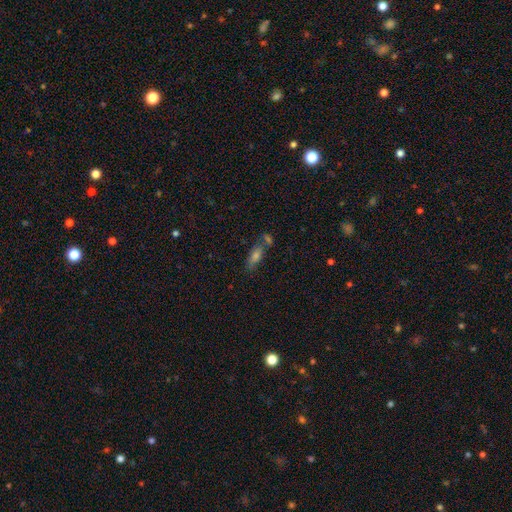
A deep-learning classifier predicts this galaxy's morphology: Smooth or featured?
  - smooth: 59% *
  - featured or disk: 24%
  - star or artifact: 17%
How rounded?
  - in between: 60% *
  - cigar-shaped: 35%
  - round: 5%
Merging?
  - none: 55% *
  - merger: 26%
  - minor disturbance: 13%
  - major disturbance: 6%